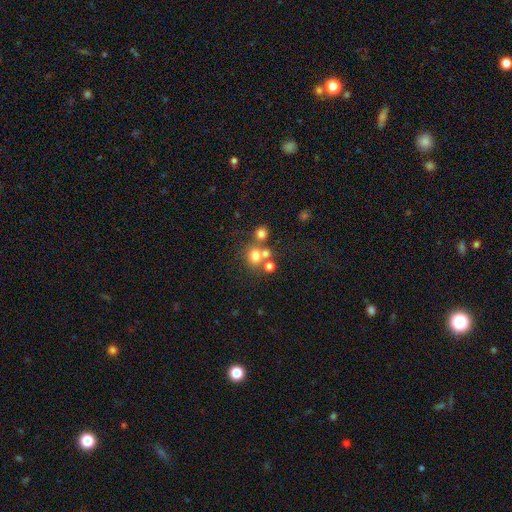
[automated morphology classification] Smooth or featured?
  - smooth: 69% *
  - star or artifact: 17%
  - featured or disk: 13%
How rounded?
  - round: 82% *
  - in between: 17%
  - cigar-shaped: 1%
Merging?
  - none: 53% *
  - merger: 33%
  - minor disturbance: 9%
  - major disturbance: 5%